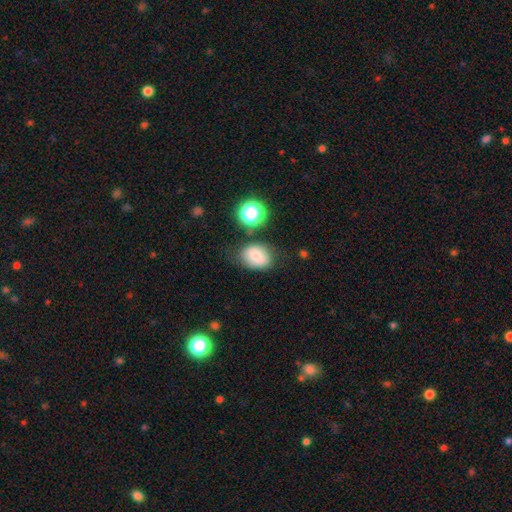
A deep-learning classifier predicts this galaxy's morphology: type=smooth (76%); roundness=in between (61%); merging=none (71%).